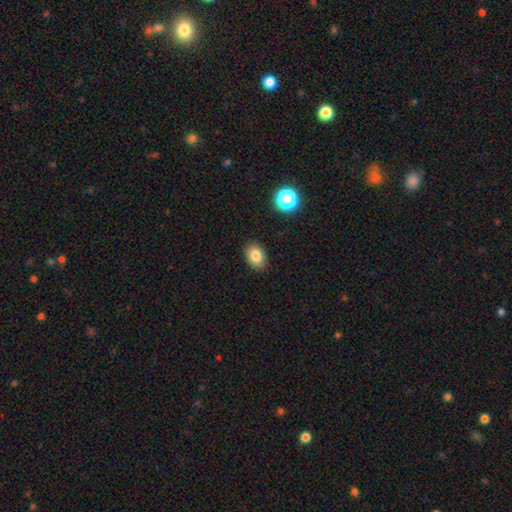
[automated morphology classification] Smooth or featured? smooth (83%)
How rounded? in between (77%)
Merging? none (88%)